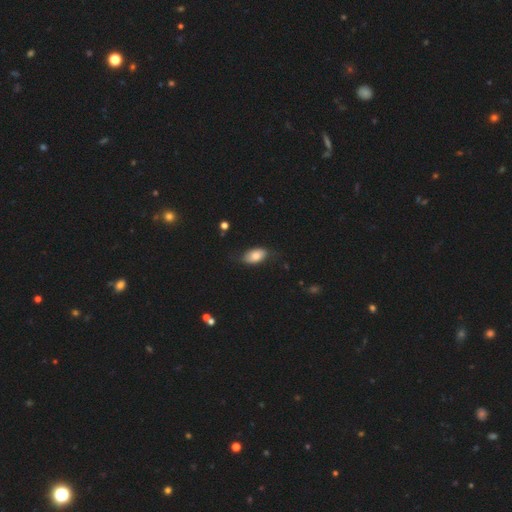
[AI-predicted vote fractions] smooth-or-featured: smooth: 74% | featured or disk: 19% | star or artifact: 7%
  how-rounded: in between: 93% | round: 5% | cigar-shaped: 2%
  merging: none: 71% | minor disturbance: 22% | major disturbance: 6% | merger: 1%